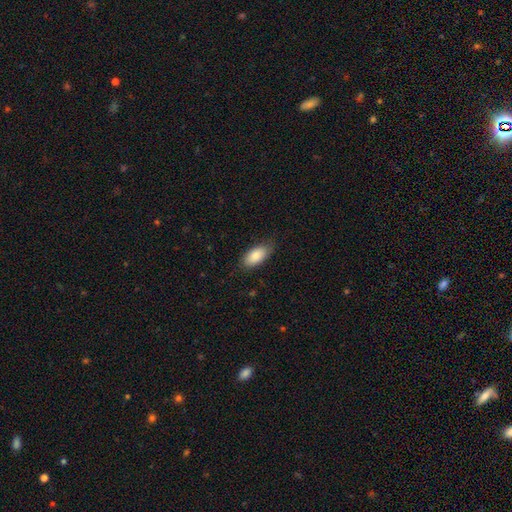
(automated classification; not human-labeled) Smooth or featured?
  - smooth: 84% *
  - featured or disk: 10%
  - star or artifact: 7%
How rounded?
  - in between: 92% *
  - cigar-shaped: 6%
  - round: 3%
Merging?
  - none: 80% *
  - minor disturbance: 16%
  - major disturbance: 3%
  - merger: 1%